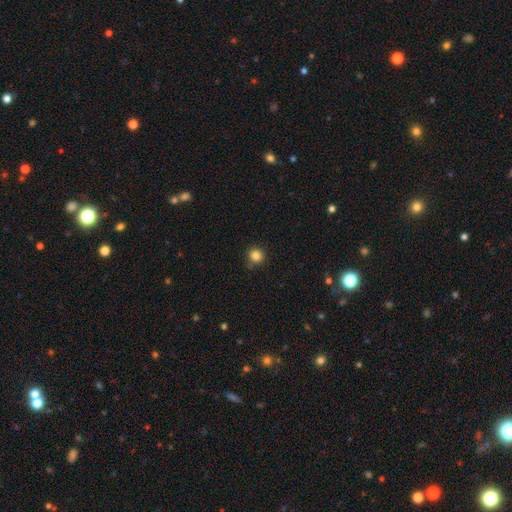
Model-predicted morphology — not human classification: Q: Smooth or featured?
A: smooth (84%); runner-up: star or artifact (12%)
Q: How rounded?
A: round (91%); runner-up: in between (8%)
Q: Merging?
A: none (84%); runner-up: minor disturbance (11%)